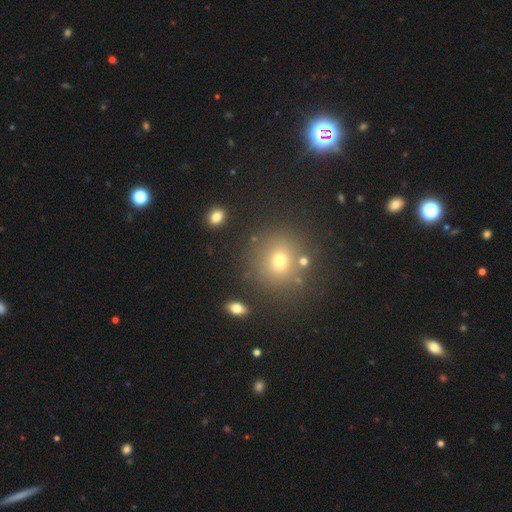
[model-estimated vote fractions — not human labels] Smooth or featured?
  - smooth: 52% *
  - star or artifact: 36%
  - featured or disk: 11%
How rounded?
  - round: 89% *
  - in between: 9%
  - cigar-shaped: 1%
Merging?
  - none: 82% *
  - minor disturbance: 8%
  - merger: 7%
  - major disturbance: 3%